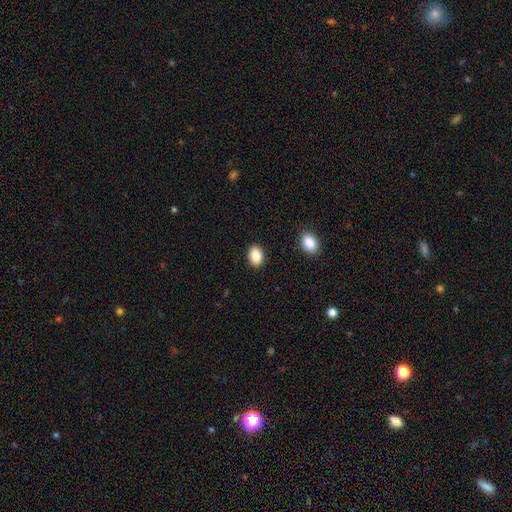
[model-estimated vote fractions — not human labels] Smooth or featured: smooth — 87% (star or artifact — 8%)
How rounded: in between — 84% (round — 15%)
Merging: none — 89% (minor disturbance — 7%)